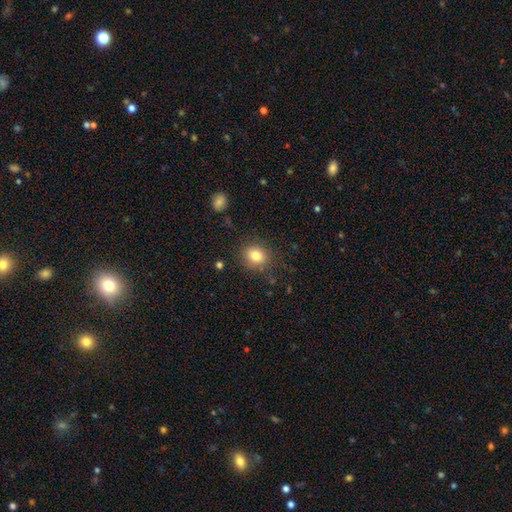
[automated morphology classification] smooth 81%, star or artifact 11%, featured or disk 8%. Down the decision tree: how rounded — round (71%); merging — none (84%).